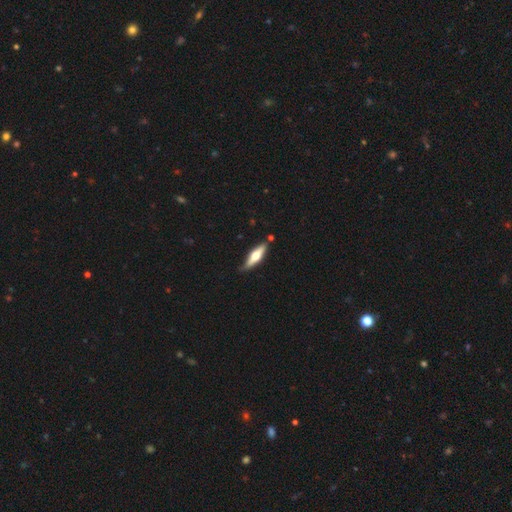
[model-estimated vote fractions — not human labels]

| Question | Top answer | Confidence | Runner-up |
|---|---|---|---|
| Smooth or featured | featured or disk | 48% | smooth (46%) |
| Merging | none | 78% | minor disturbance (16%) |